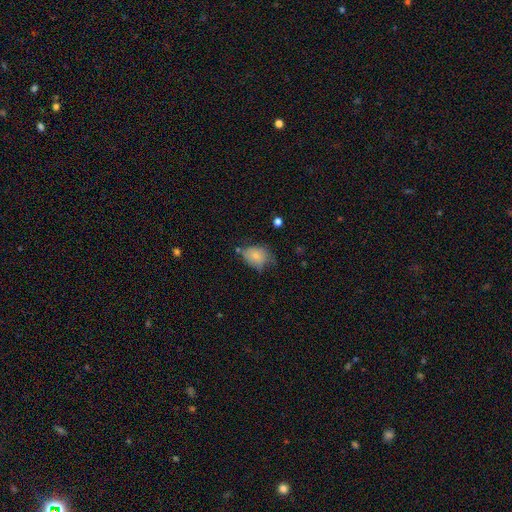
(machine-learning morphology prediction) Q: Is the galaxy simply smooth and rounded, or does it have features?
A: smooth — 78%.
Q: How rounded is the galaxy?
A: in between — 64%.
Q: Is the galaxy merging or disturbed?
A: none — 48%.